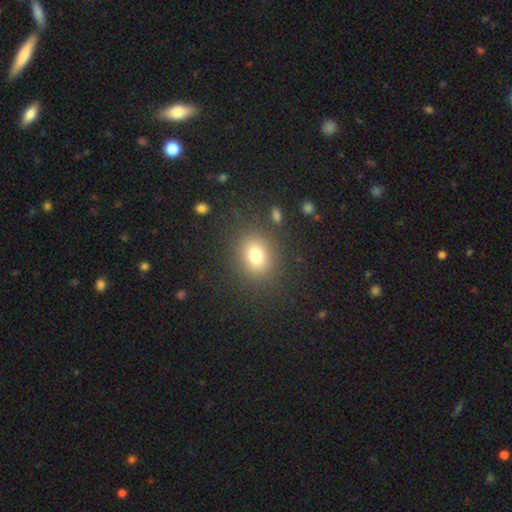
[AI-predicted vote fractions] Smooth or featured: smooth — 78% (star or artifact — 13%)
How rounded: round — 53% (in between — 46%)
Merging: none — 84% (minor disturbance — 9%)